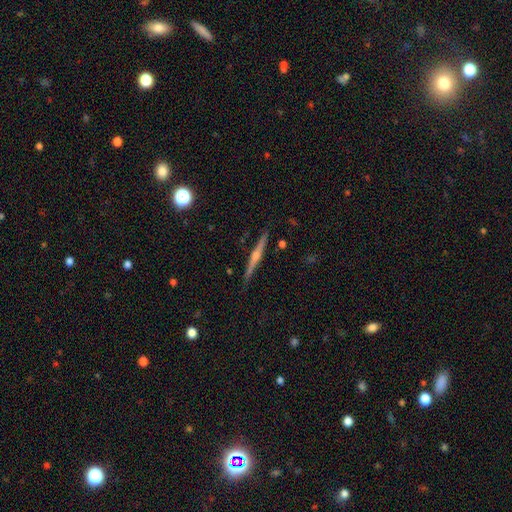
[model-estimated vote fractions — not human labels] This appears to be a featured or disk galaxy (80%) viewed edge-on (98%) with a rounded central bulge (86%). Merging: none (91%).